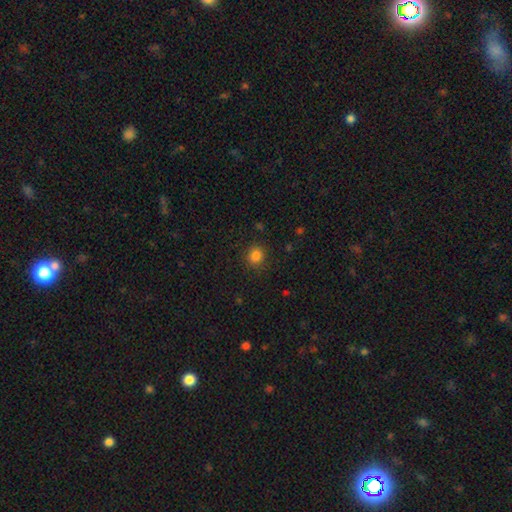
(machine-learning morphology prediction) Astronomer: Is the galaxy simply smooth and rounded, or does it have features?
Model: smooth — 84%.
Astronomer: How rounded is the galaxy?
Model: round — 84%.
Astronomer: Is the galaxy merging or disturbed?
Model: none — 88%.